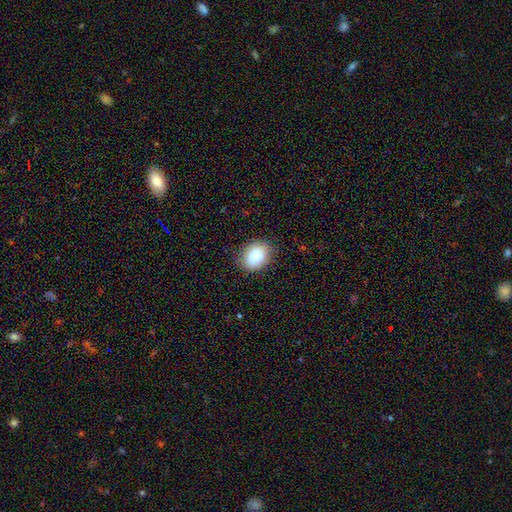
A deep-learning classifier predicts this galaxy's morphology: Q: Smooth or featured?
A: smooth (85%); runner-up: featured or disk (7%)
Q: How rounded?
A: in between (63%); runner-up: round (36%)
Q: Merging?
A: none (83%); runner-up: minor disturbance (13%)